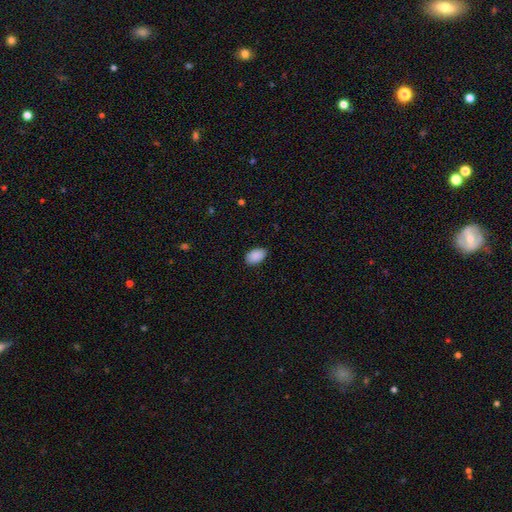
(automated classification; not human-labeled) The model was most divided on "merging": none: 86%, minor disturbance: 11%, major disturbance: 2%, merger: 1%. More confident: how rounded — in between (94%); smooth or featured — smooth (90%).